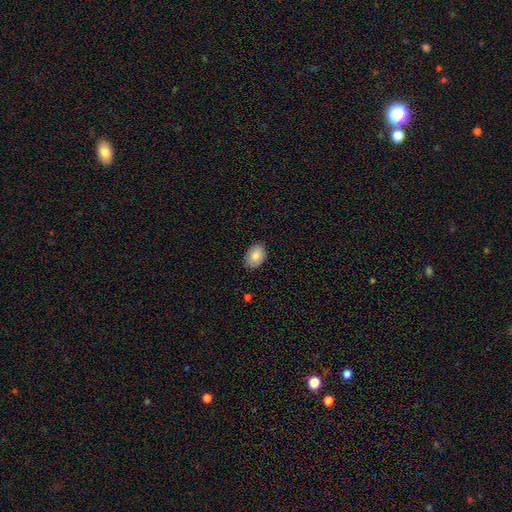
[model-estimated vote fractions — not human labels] Morphology: type=smooth (84%); roundness=in between (82%); merging=none (82%).